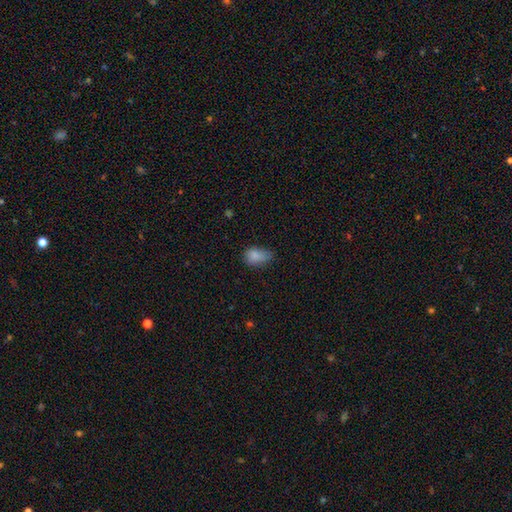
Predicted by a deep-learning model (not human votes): Smooth or featured? Predicted: smooth (p=0.82). How rounded? Predicted: in between (p=0.82). Merging? Predicted: none (p=0.43).